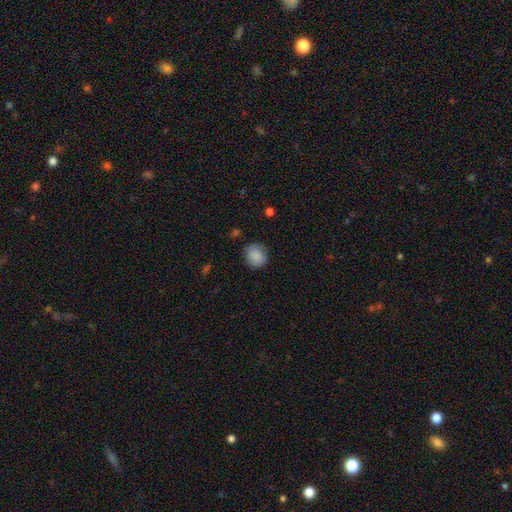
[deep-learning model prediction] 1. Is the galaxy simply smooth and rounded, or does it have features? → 87% smooth, 8% star or artifact, 6% featured or disk.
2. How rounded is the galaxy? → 81% round, 18% in between, 1% cigar-shaped.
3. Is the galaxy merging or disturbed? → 81% none, 14% minor disturbance, 3% major disturbance, 1% merger.